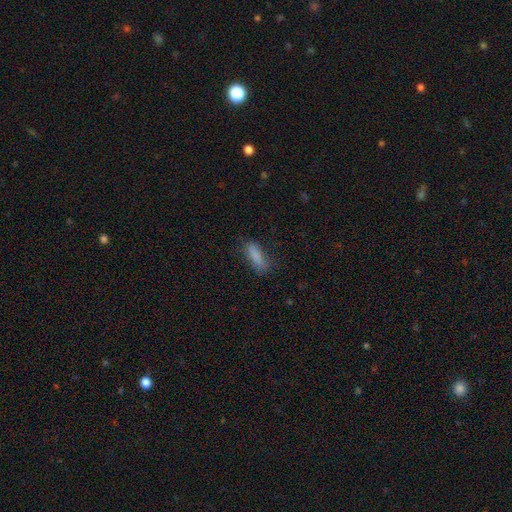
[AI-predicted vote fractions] The model was most divided on "how rounded": in between: 59%, cigar-shaped: 39%, round: 2%. More confident: smooth or featured — smooth (82%); merging — none (65%).